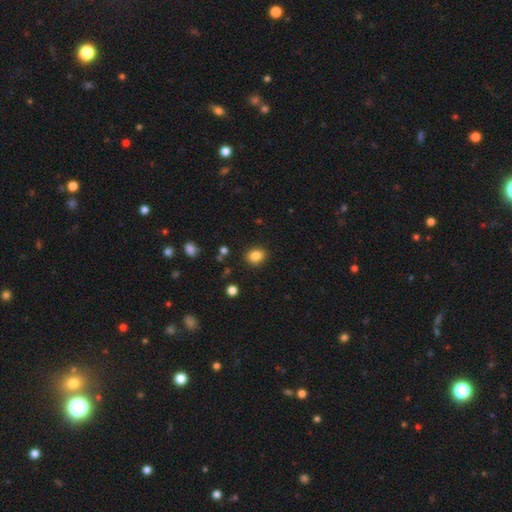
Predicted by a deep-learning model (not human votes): A smooth galaxy with no disk features (85%) that is round (54%).

Vote fractions:
- Smooth or featured? smooth: 85% / star or artifact: 10% / featured or disk: 5%
- How rounded? round: 54% / in between: 45% / cigar-shaped: 1%
- Merging? none: 86% / minor disturbance: 9% / major disturbance: 3% / merger: 2%